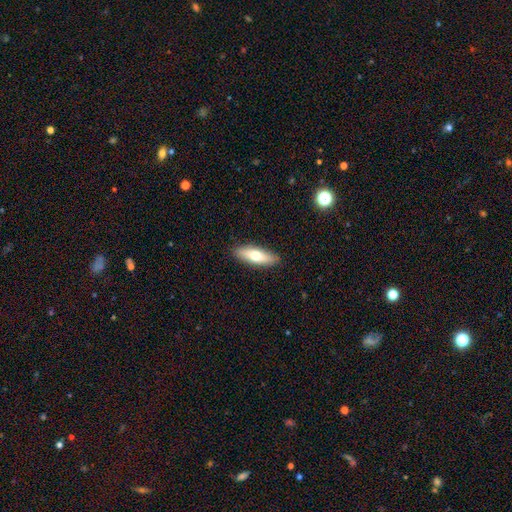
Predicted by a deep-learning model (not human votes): Smooth or featured: smooth — 65% (featured or disk — 29%)
How rounded: in between — 54% (cigar-shaped — 43%)
Merging: none — 89% (minor disturbance — 8%)